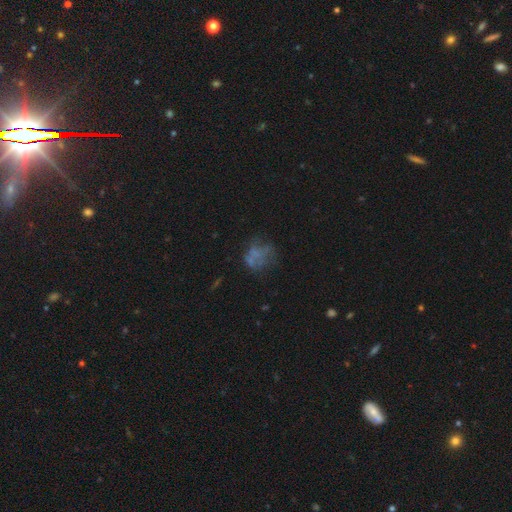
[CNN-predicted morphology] Smooth or featured? featured or disk (41%)
Merging? none (46%)